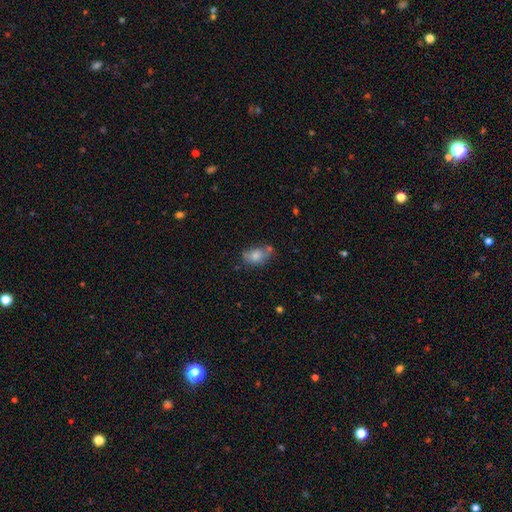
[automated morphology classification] A smooth galaxy with no disk features (75%) that is in between round and cigar-shaped (79%).

Vote fractions:
- Smooth or featured? smooth: 75% / featured or disk: 16% / star or artifact: 9%
- How rounded? in between: 79% / round: 19% / cigar-shaped: 2%
- Merging? none: 51% / minor disturbance: 24% / merger: 18% / major disturbance: 7%